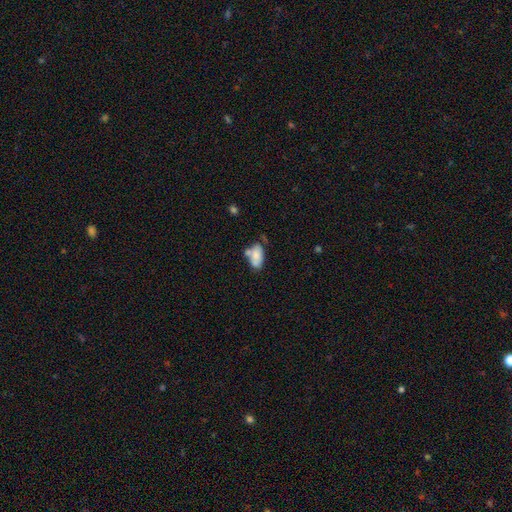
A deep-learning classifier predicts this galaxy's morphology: Smooth or featured?
  - smooth: 73% *
  - featured or disk: 19%
  - star or artifact: 8%
How rounded?
  - in between: 91% *
  - round: 5%
  - cigar-shaped: 4%
Merging?
  - none: 38% *
  - merger: 31%
  - minor disturbance: 22%
  - major disturbance: 9%